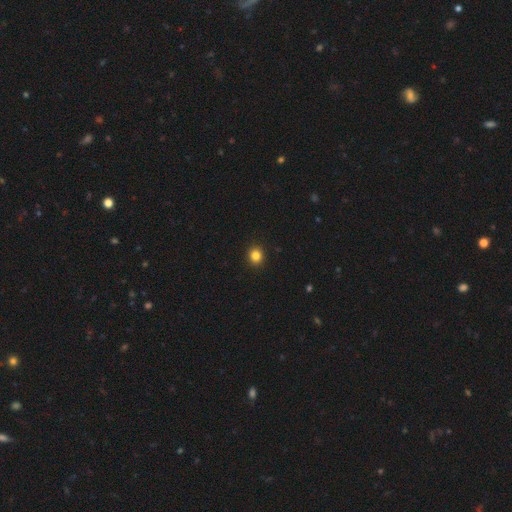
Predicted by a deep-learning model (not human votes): Smooth or featured: smooth — 84% (star or artifact — 12%)
How rounded: round — 84% (in between — 15%)
Merging: none — 93% (minor disturbance — 5%)